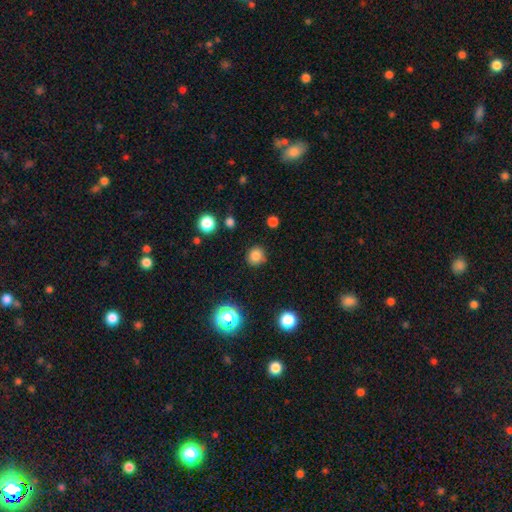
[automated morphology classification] A smooth galaxy with no disk features (81%) that is round (87%).

Vote fractions:
- Smooth or featured? smooth: 81% / star or artifact: 14% / featured or disk: 5%
- How rounded? round: 87% / in between: 12% / cigar-shaped: 1%
- Merging? none: 87% / minor disturbance: 9% / major disturbance: 3% / merger: 2%